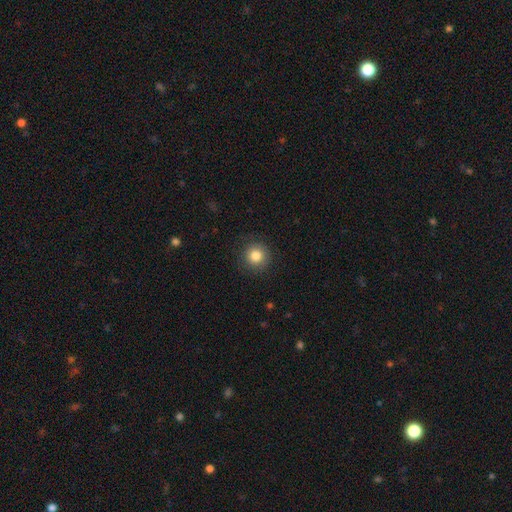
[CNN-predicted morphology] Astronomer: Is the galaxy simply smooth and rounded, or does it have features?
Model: smooth — 83%.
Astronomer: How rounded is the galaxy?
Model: round — 94%.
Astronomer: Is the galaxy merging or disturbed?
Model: none — 88%.